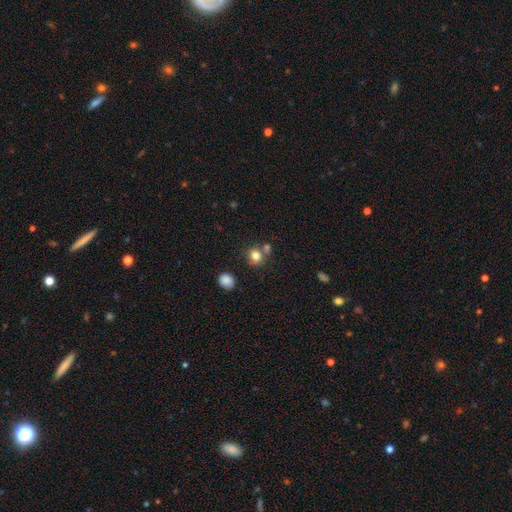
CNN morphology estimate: smooth-or-featured: smooth: 79% | star or artifact: 12% | featured or disk: 9%
  how-rounded: round: 80% | in between: 19% | cigar-shaped: 1%
  merging: none: 63% | merger: 22% | minor disturbance: 11% | major disturbance: 4%